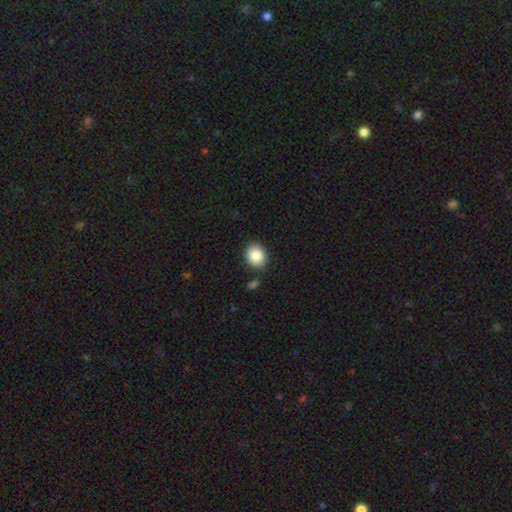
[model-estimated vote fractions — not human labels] The model was most divided on "how rounded": round: 53%, in between: 46%, cigar-shaped: 1%. More confident: smooth or featured — smooth (86%); merging — none (83%).